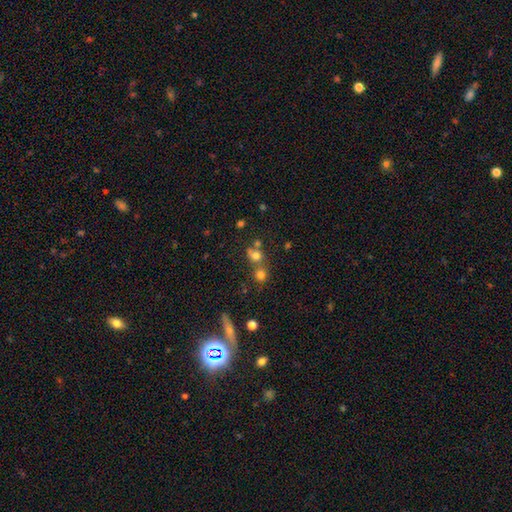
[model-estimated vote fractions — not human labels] Smooth or featured? Predicted: smooth (p=0.68). How rounded? Predicted: round (p=0.80). Merging? Predicted: merger (p=0.45).